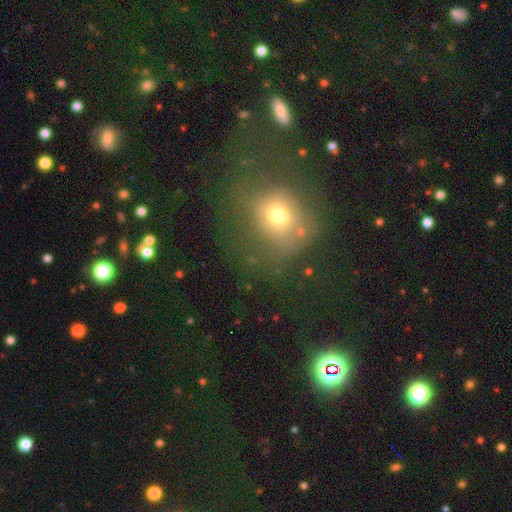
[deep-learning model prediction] The model was most divided on "smooth or featured": smooth: 56%, star or artifact: 32%, featured or disk: 12%. More confident: how rounded — round (79%); merging — none (68%).